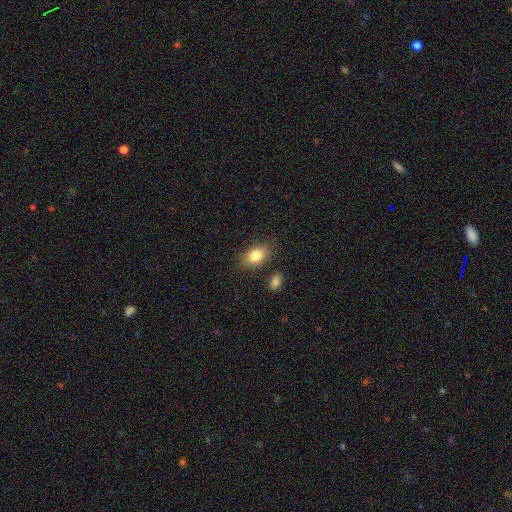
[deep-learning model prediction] Morphology: type=smooth (82%); roundness=in between (83%); merging=none (80%).